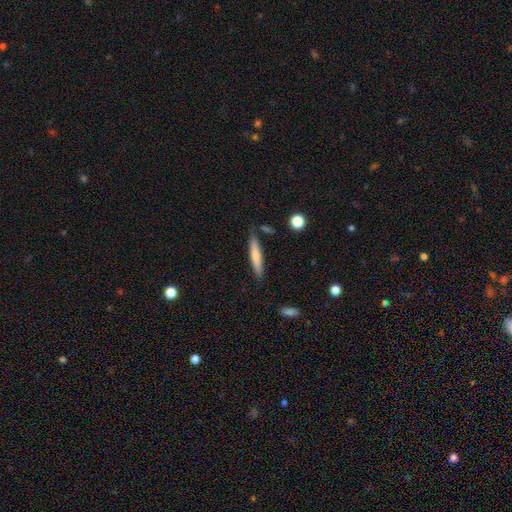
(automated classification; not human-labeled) The model was most divided on "smooth or featured": smooth: 66%, featured or disk: 28%, star or artifact: 6%. More confident: how rounded — cigar-shaped (91%); merging — none (82%).